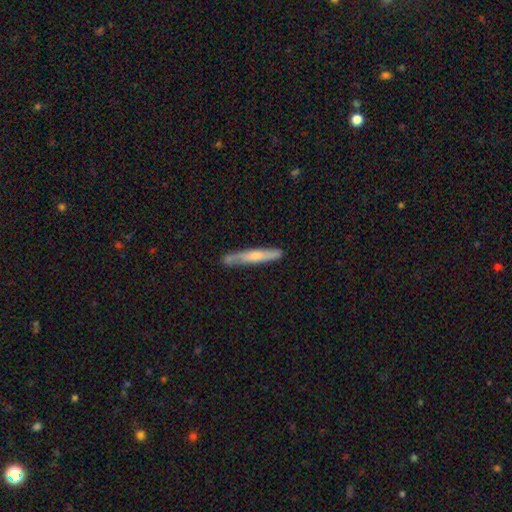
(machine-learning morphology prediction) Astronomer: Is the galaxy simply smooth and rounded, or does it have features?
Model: smooth — 51% (runner-up: featured or disk, 43%).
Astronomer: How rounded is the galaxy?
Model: cigar-shaped — 94%.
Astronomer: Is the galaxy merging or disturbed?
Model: none — 77%.